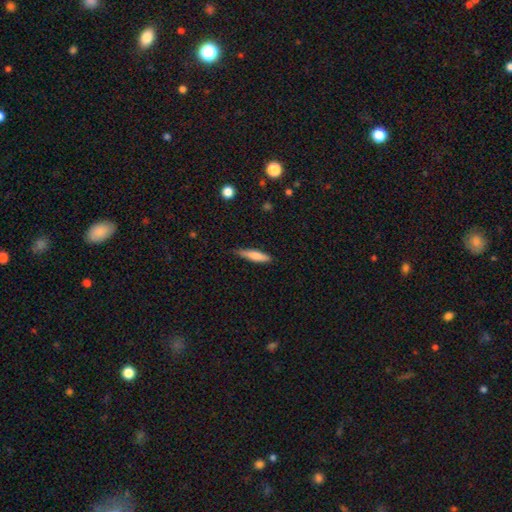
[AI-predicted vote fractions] smooth 77%, featured or disk 17%, star or artifact 6%. Down the decision tree: how rounded — cigar-shaped (77%); merging — none (74%).